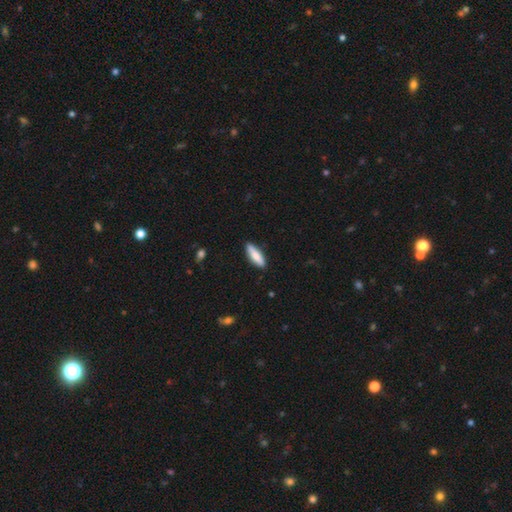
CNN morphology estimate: type=smooth (79%); roundness=cigar-shaped (63%); merging=none (87%).